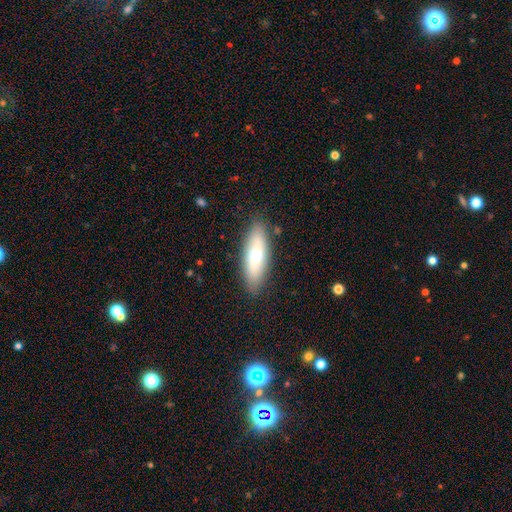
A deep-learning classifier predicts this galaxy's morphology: Smooth or featured? smooth (59%)
How rounded? in between (60%)
Merging? none (86%)